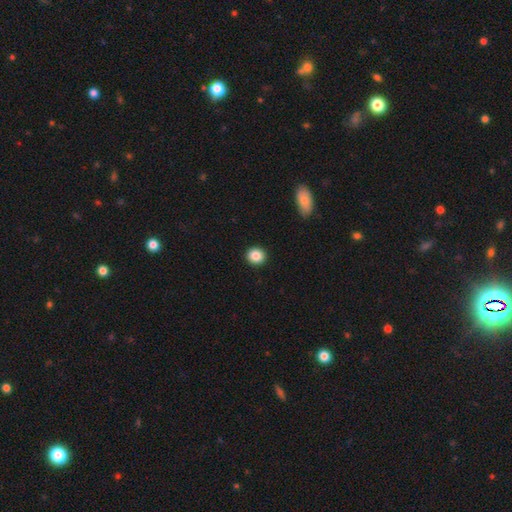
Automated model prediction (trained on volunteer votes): The model was most divided on "how rounded": round: 84%, in between: 15%, cigar-shaped: 1%. More confident: merging — none (93%); smooth or featured — smooth (87%).